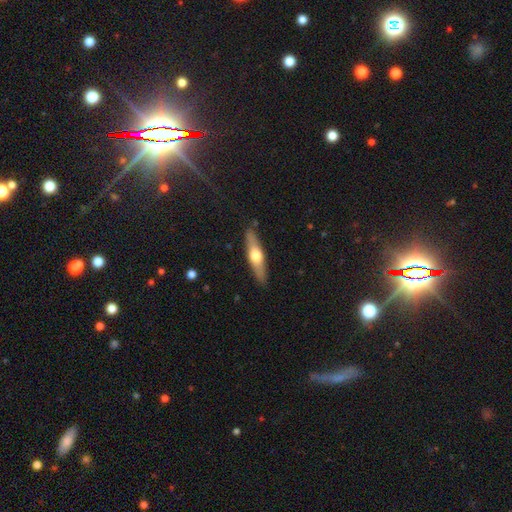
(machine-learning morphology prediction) A featured or disk galaxy (51%) viewed edge-on (90%).

Vote fractions:
- Smooth or featured? featured or disk: 51% / smooth: 44% / star or artifact: 5%
- Edge-on disk? yes: 90% / no: 10%
- Merging? none: 88% / minor disturbance: 9% / major disturbance: 2% / merger: 2%